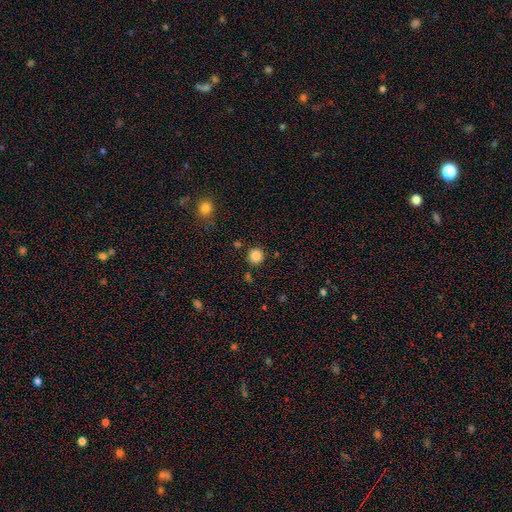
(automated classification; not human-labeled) smooth-or-featured: smooth: 85% | star or artifact: 11% | featured or disk: 4%
  how-rounded: round: 93% | in between: 6% | cigar-shaped: 1%
  merging: none: 86% | minor disturbance: 7% | merger: 4% | major disturbance: 3%